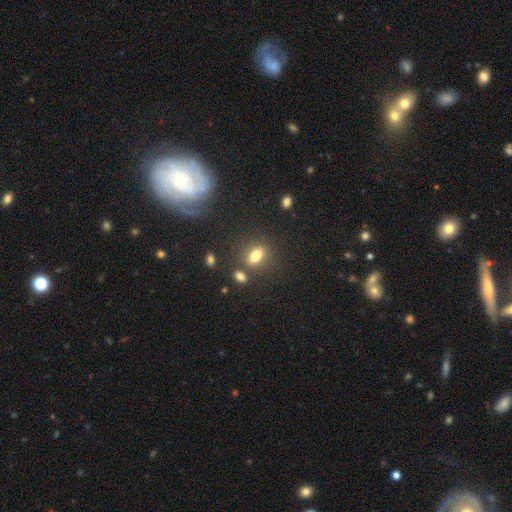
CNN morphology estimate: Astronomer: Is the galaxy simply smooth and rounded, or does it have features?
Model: smooth — 77%.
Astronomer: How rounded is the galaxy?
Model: in between — 77%.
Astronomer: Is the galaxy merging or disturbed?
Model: none — 75%.